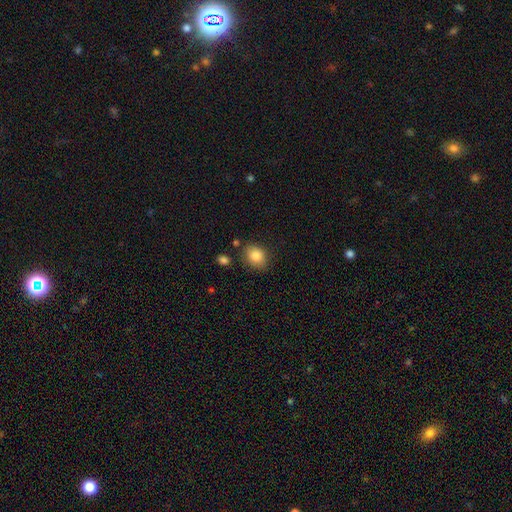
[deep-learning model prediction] This appears to be a smooth galaxy with no disk features (85%) that is round (55%). Merging: none (79%).